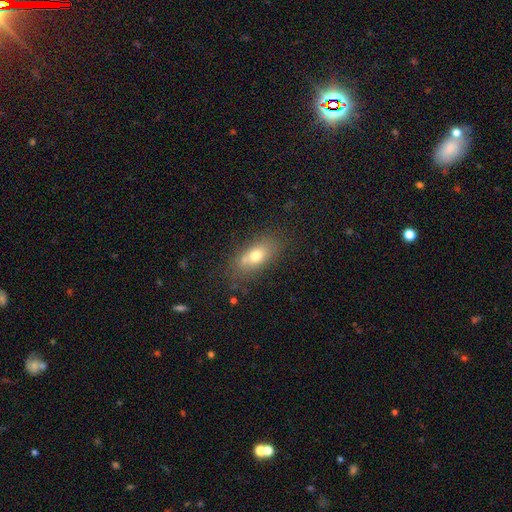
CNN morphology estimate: smooth-or-featured: smooth: 69% | featured or disk: 21% | star or artifact: 10%
  how-rounded: in between: 79% | round: 11% | cigar-shaped: 10%
  merging: none: 64% | minor disturbance: 17% | merger: 13% | major disturbance: 6%